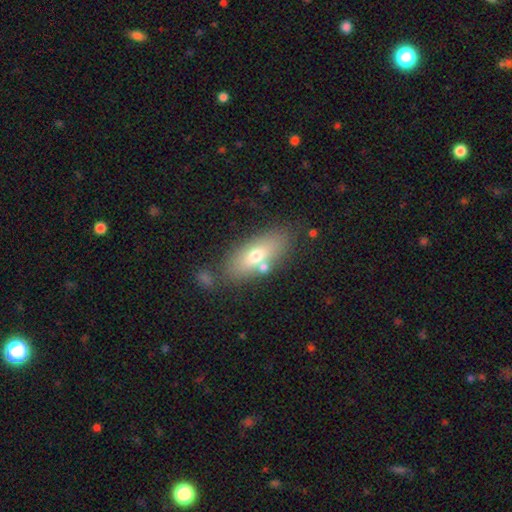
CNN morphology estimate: Smooth or featured: smooth — 67% (featured or disk — 25%)
How rounded: in between — 79% (cigar-shaped — 17%)
Merging: none — 72% (minor disturbance — 13%)